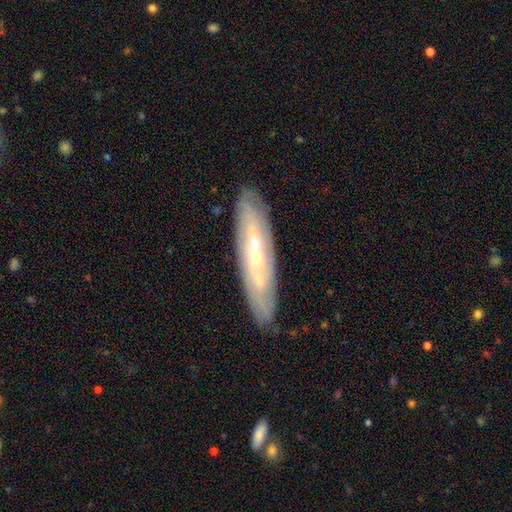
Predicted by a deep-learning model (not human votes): A featured or disk galaxy (73%). Merging: none (84%).